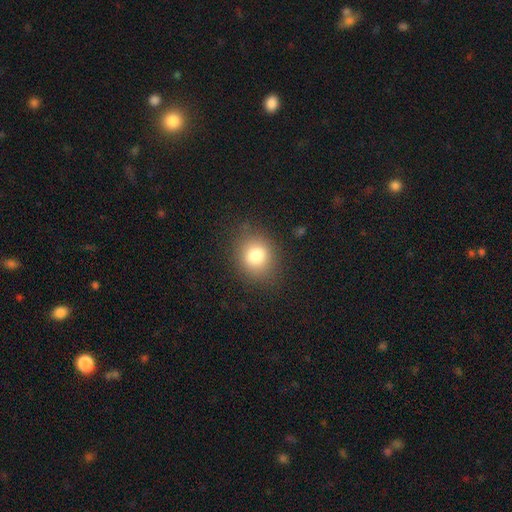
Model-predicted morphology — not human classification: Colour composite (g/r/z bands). It shows a smooth galaxy with no disk features (79%) that is round (71%). Merging: none (84%).